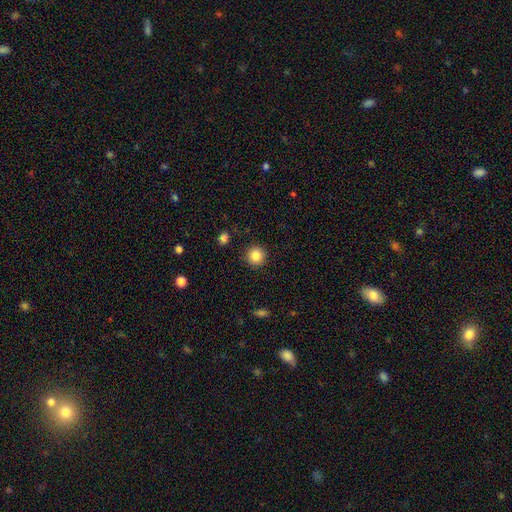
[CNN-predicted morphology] Overall: smooth (85%). How rounded: round (94%). Merging: none (91%).